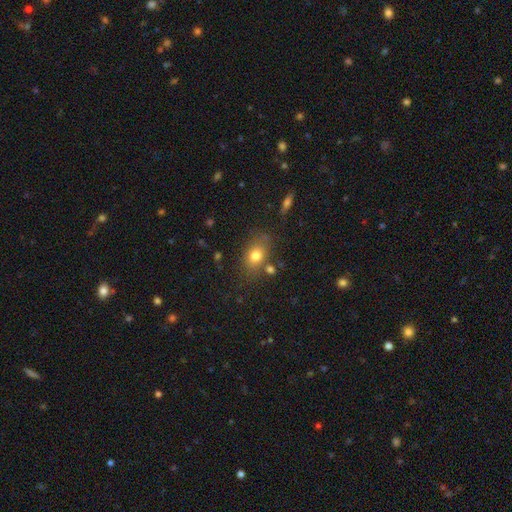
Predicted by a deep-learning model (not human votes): Q: Smooth or featured?
A: smooth (77%); runner-up: featured or disk (12%)
Q: How rounded?
A: in between (70%); runner-up: round (28%)
Q: Merging?
A: none (73%); runner-up: minor disturbance (15%)